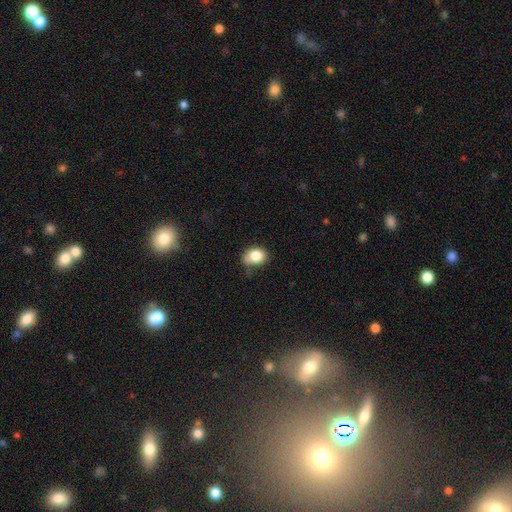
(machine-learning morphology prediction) A smooth galaxy with no disk features (83%) that is in between round and cigar-shaped (51%).

Vote fractions:
- Smooth or featured? smooth: 83% / star or artifact: 9% / featured or disk: 8%
- How rounded? in between: 51% / round: 48% / cigar-shaped: 1%
- Merging? none: 55% / minor disturbance: 33% / major disturbance: 8% / merger: 4%